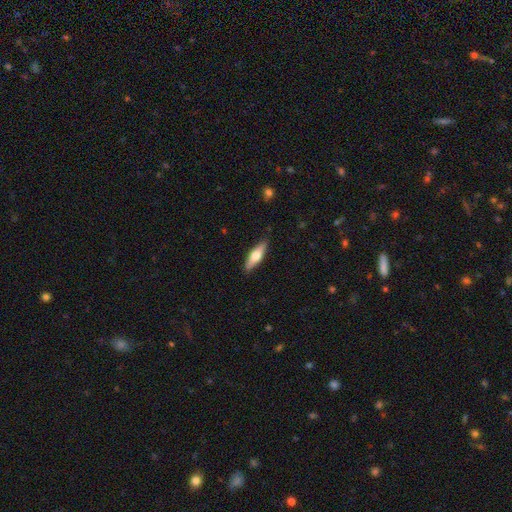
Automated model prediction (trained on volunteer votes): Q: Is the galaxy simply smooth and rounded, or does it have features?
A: smooth — 54%.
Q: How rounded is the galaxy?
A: cigar-shaped — 56%.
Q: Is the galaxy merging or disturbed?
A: none — 87%.